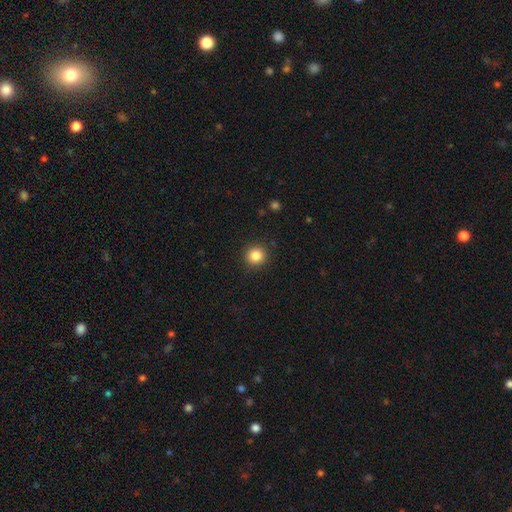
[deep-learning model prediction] smooth 85%, star or artifact 11%, featured or disk 5%. Down the decision tree: how rounded — round (93%); merging — none (91%).